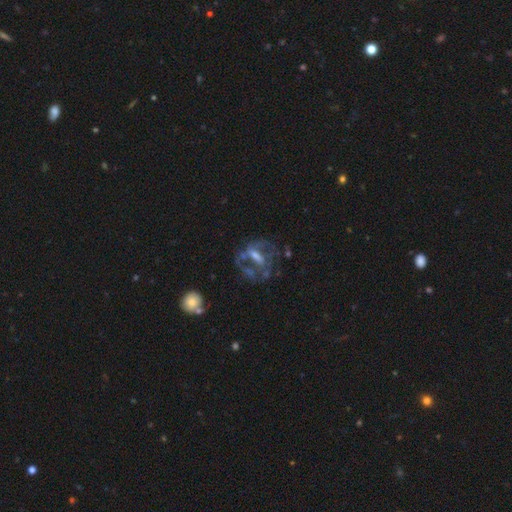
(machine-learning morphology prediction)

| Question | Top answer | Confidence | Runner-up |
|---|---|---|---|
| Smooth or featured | featured or disk | 70% | smooth (18%) |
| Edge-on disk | no | 92% | yes (8%) |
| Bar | weak | 36% | strong (33%) |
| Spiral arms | yes | 51% | no (49%) |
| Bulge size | moderate | 39% | small (29%) |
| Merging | none | 47% | major disturbance (29%) |